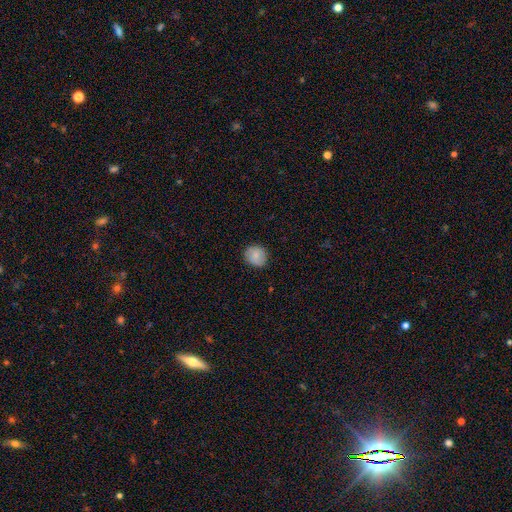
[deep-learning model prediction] Smooth or featured? Predicted: smooth (p=0.85). How rounded? Predicted: round (p=0.84). Merging? Predicted: none (p=0.87).